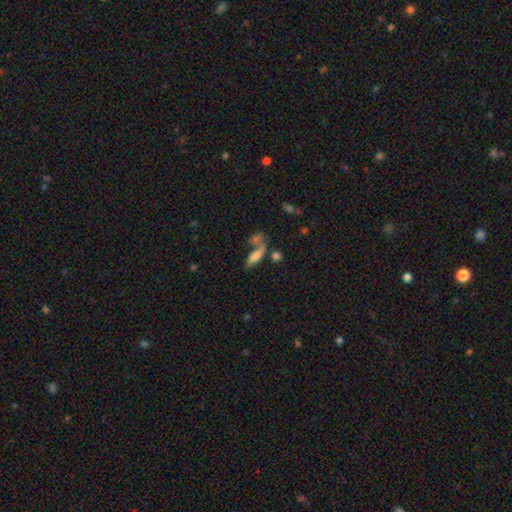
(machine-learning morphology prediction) Overall: smooth (67%). How rounded: in between (59%; cigar-shaped 35%). Merging: merger (44%; none 31%).